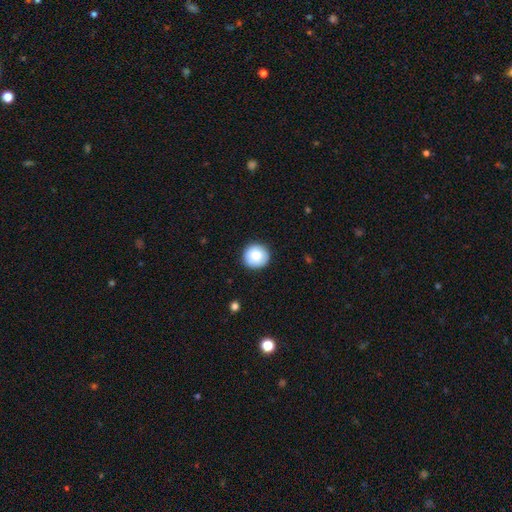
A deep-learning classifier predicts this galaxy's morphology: Q: Smooth or featured?
A: smooth (82%); runner-up: featured or disk (10%)
Q: How rounded?
A: round (94%); runner-up: in between (5%)
Q: Merging?
A: none (89%); runner-up: minor disturbance (8%)